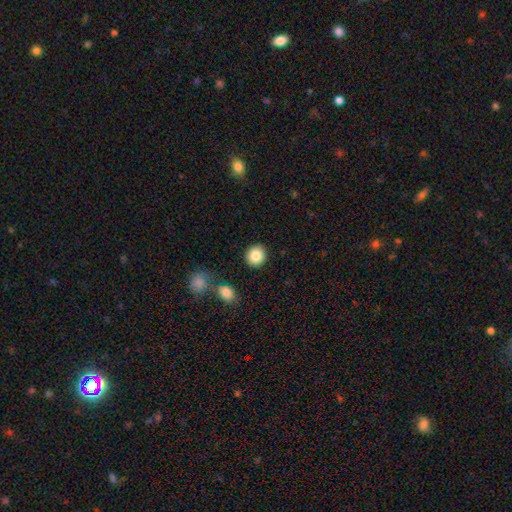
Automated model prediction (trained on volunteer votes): This is clearly a smooth galaxy (86%). How rounded: clearly round (87%). Merging: clearly none (90%).